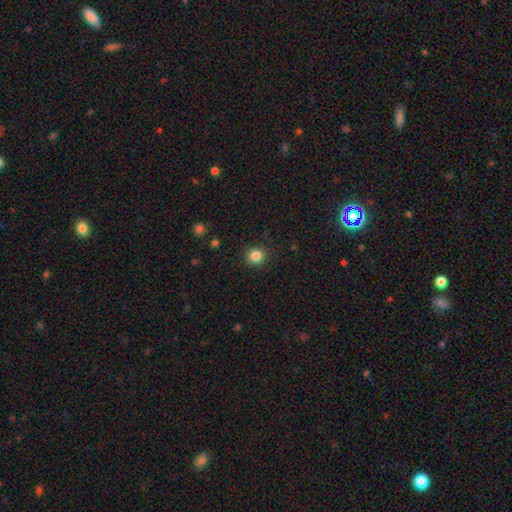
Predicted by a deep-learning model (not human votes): smooth 84%, star or artifact 11%, featured or disk 4%. Down the decision tree: how rounded — round (90%); merging — none (90%).